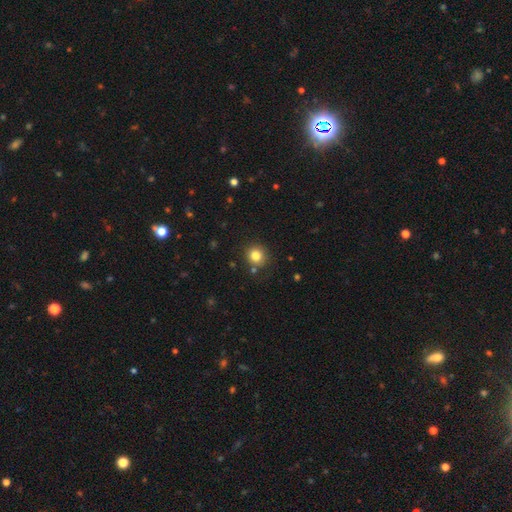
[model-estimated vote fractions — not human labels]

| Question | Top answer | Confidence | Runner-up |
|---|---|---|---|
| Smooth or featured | smooth | 81% | star or artifact (12%) |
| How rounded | round | 90% | in between (9%) |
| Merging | none | 85% | minor disturbance (8%) |